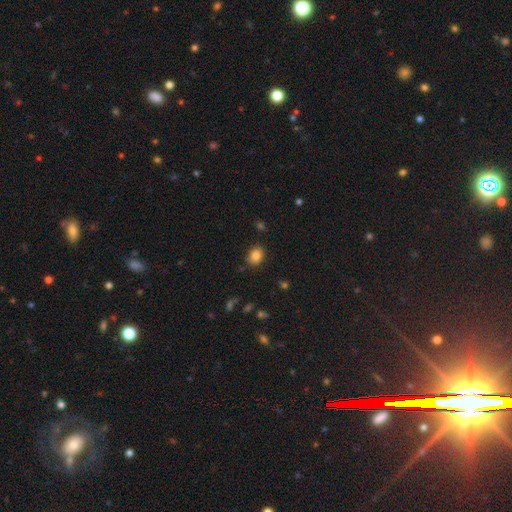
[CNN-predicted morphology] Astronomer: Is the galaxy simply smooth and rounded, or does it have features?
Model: smooth — 84%.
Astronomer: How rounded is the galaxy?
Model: in between — 54% (runner-up: round, 45%).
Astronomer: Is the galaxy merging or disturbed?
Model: none — 82%.